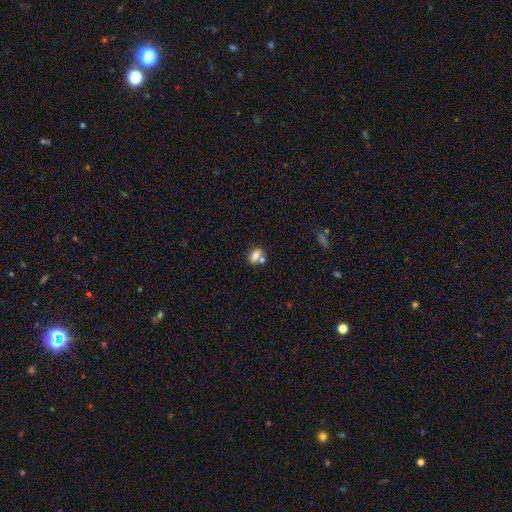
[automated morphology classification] The model was most divided on "merging": none: 50%, merger: 32%, minor disturbance: 13%, major disturbance: 5%. More confident: smooth or featured — smooth (69%); how rounded — in between (68%).